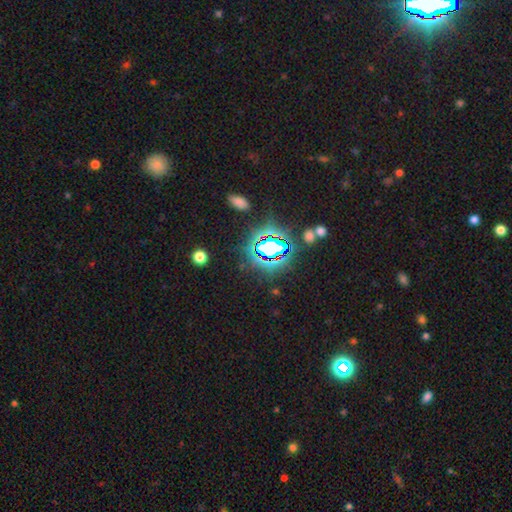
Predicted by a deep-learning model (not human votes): smooth_or_featured: star or artifact (p=0.81) [alt: smooth p=0.12]